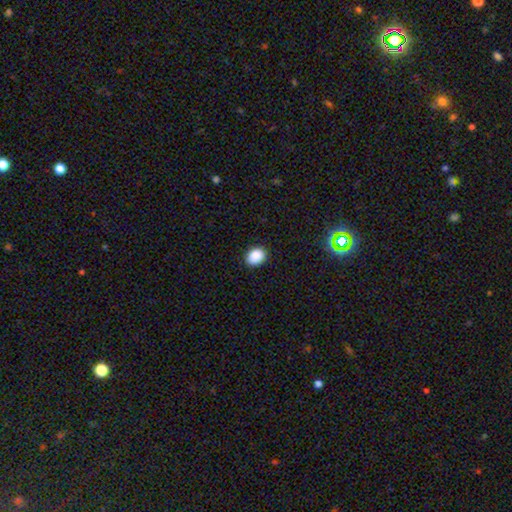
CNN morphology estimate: smooth_or_featured: smooth (p=0.89) [alt: star or artifact p=0.09]
how_rounded: in between (p=0.57) [alt: round p=0.42]
merging: none (p=0.89) [alt: minor disturbance p=0.08]